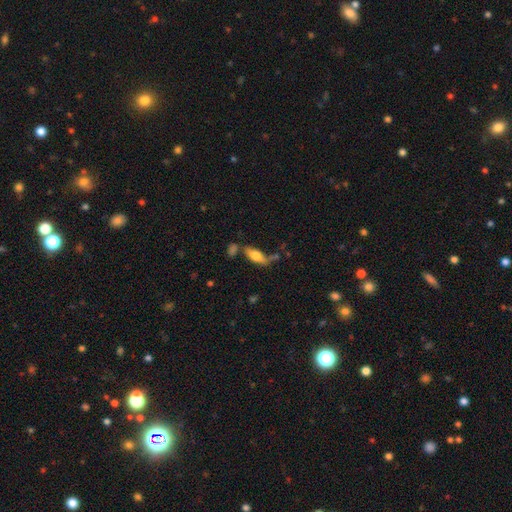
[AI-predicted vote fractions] Smooth or featured? smooth (62%)
How rounded? in between (65%)
Merging? none (55%)